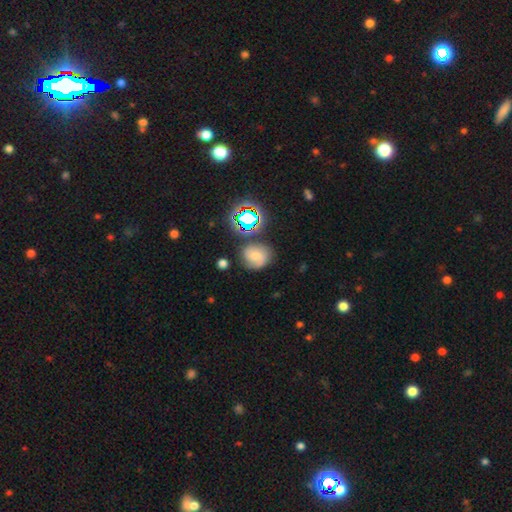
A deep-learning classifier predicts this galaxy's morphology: smooth-or-featured: smooth: 44% | featured or disk: 37% | star or artifact: 19%
  merging: none: 67% | minor disturbance: 19% | major disturbance: 7% | merger: 7%